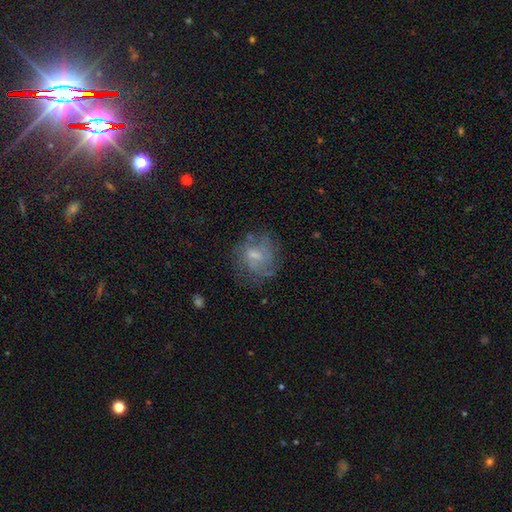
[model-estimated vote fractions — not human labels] A featured or disk galaxy (51%). Merging: none (61%).